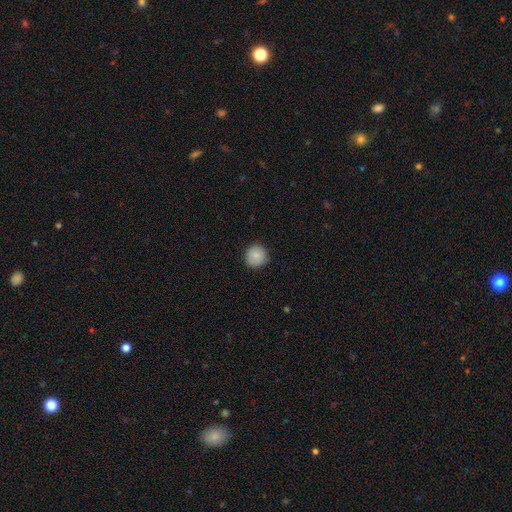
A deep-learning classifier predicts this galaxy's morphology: smooth 86%, star or artifact 8%, featured or disk 6%. Down the decision tree: how rounded — round (93%); merging — none (86%).